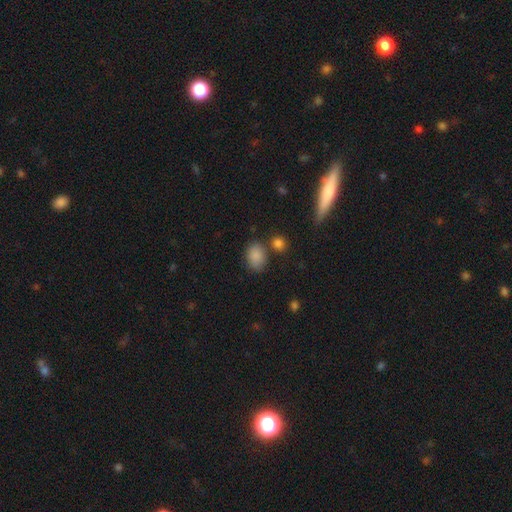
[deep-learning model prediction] Smooth or featured?
  - smooth: 85% *
  - star or artifact: 10%
  - featured or disk: 5%
How rounded?
  - in between: 70% *
  - round: 29%
  - cigar-shaped: 1%
Merging?
  - none: 70% *
  - minor disturbance: 15%
  - merger: 10%
  - major disturbance: 5%